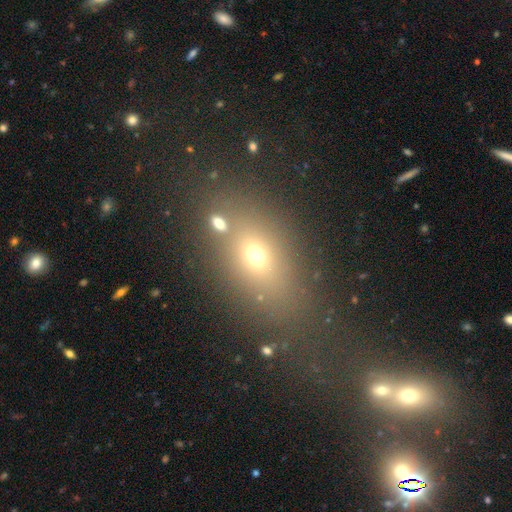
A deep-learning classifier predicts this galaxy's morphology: Smooth or featured? smooth (60%)
How rounded? in between (68%)
Merging? none (62%)